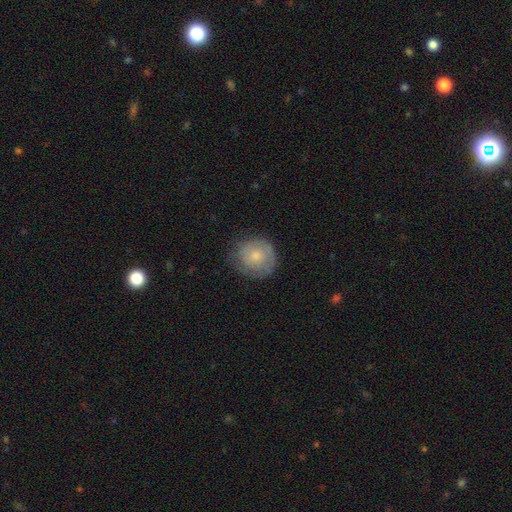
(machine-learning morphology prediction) Smooth or featured? Predicted: smooth (p=0.58). How rounded? Predicted: round (p=0.87). Merging? Predicted: none (p=0.72).